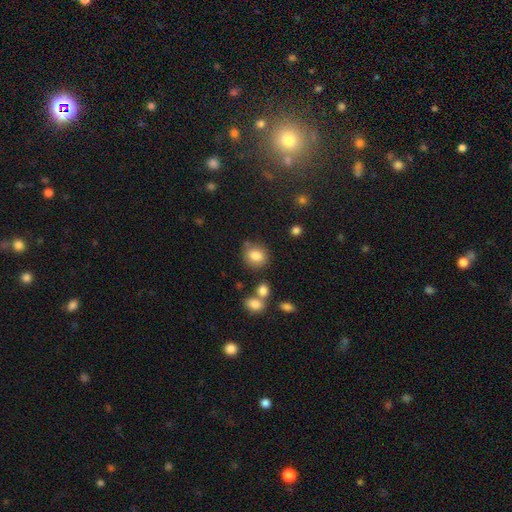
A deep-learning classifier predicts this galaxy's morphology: Smooth or featured: smooth — 82% (star or artifact — 10%)
How rounded: round — 66% (in between — 33%)
Merging: none — 74% (minor disturbance — 13%)